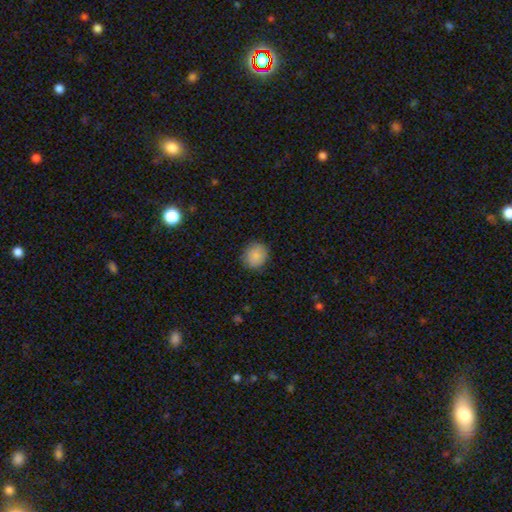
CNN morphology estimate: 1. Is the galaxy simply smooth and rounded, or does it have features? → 87% smooth, 8% star or artifact, 5% featured or disk.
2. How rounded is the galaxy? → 79% round, 20% in between, 1% cigar-shaped.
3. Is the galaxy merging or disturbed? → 86% none, 11% minor disturbance, 3% major disturbance, 1% merger.